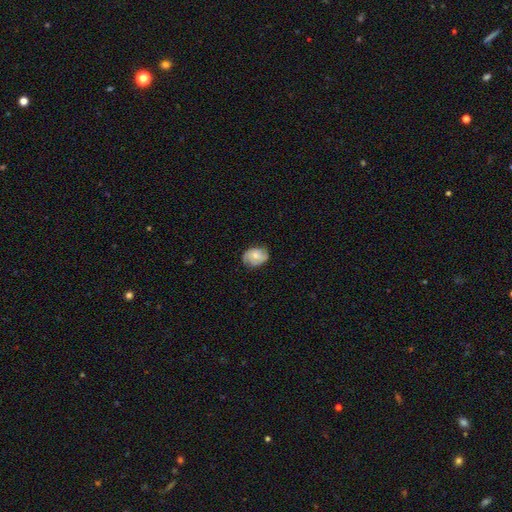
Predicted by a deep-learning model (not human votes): Morphology: type=smooth (48%); merging=none (71%).